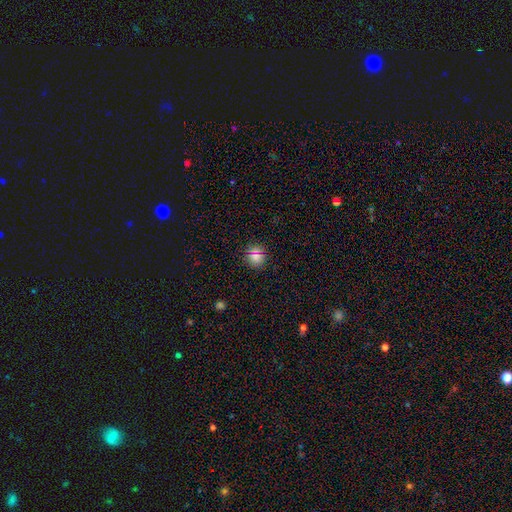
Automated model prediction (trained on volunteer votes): smooth-or-featured: smooth: 75% | star or artifact: 19% | featured or disk: 6%
  how-rounded: round: 92% | in between: 7% | cigar-shaped: 1%
  merging: none: 90% | minor disturbance: 6% | major disturbance: 2% | merger: 1%